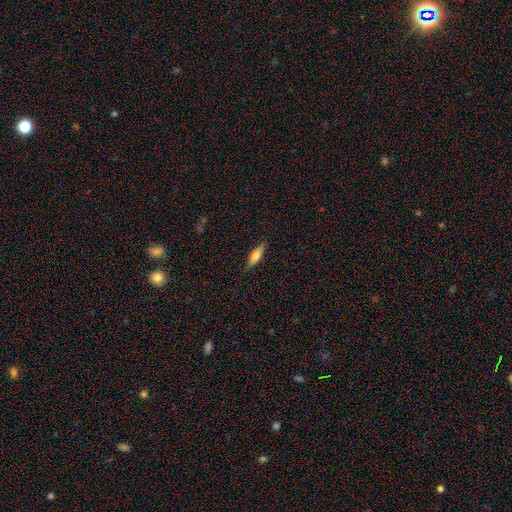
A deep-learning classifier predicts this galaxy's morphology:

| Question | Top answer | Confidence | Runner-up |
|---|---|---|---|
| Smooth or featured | smooth | 57% | featured or disk (36%) |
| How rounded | cigar-shaped | 63% | in between (35%) |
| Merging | none | 88% | minor disturbance (9%) |